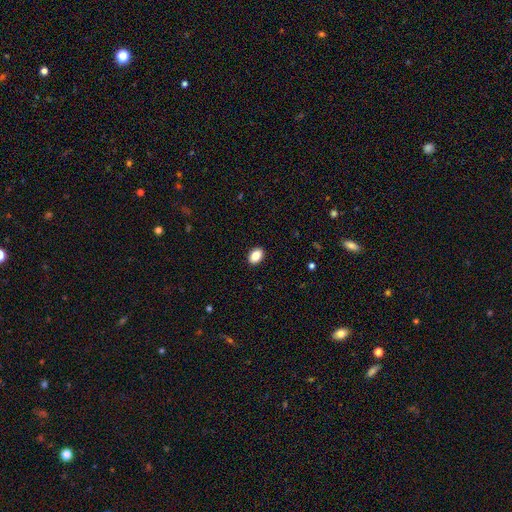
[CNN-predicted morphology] The model was most divided on "how rounded": in between: 81%, round: 18%, cigar-shaped: 1%. More confident: merging — none (91%); smooth or featured — smooth (86%).